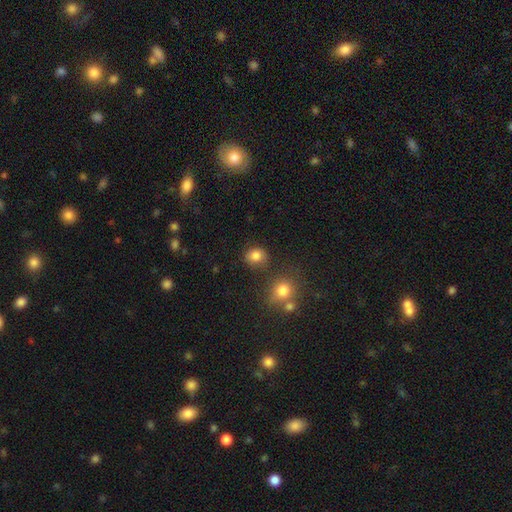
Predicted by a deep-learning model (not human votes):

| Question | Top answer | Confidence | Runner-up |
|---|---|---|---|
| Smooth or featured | smooth | 83% | star or artifact (12%) |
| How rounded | round | 73% | in between (26%) |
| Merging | none | 74% | minor disturbance (14%) |